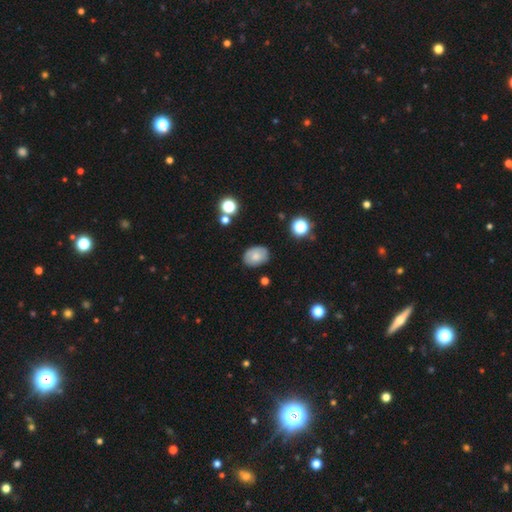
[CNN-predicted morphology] smooth_or_featured: smooth (p=0.73) [alt: featured or disk p=0.18]
how_rounded: in between (p=0.77) [alt: round p=0.22]
merging: none (p=0.81) [alt: minor disturbance p=0.14]